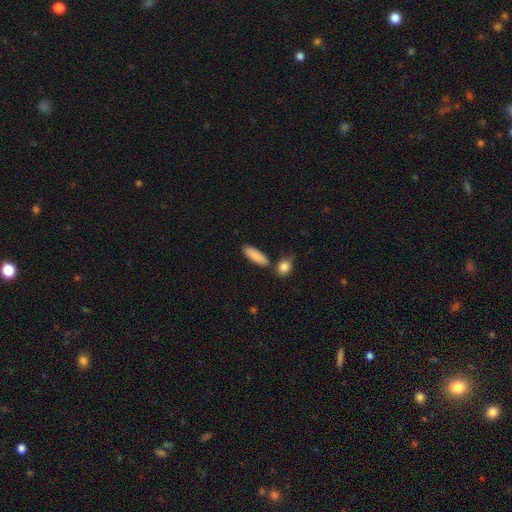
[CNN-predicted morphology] Q: Smooth or featured?
A: smooth (88%); runner-up: featured or disk (6%)
Q: How rounded?
A: in between (53%); runner-up: cigar-shaped (44%)
Q: Merging?
A: none (77%); runner-up: minor disturbance (11%)